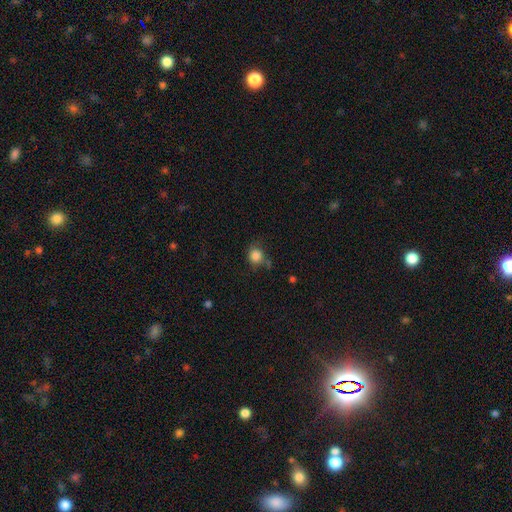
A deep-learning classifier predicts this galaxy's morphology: A smooth galaxy with no disk features (84%) that is round (85%).

Vote fractions:
- Smooth or featured? smooth: 84% / star or artifact: 11% / featured or disk: 5%
- How rounded? round: 85% / in between: 14% / cigar-shaped: 1%
- Merging? none: 65% / minor disturbance: 21% / major disturbance: 7% / merger: 7%